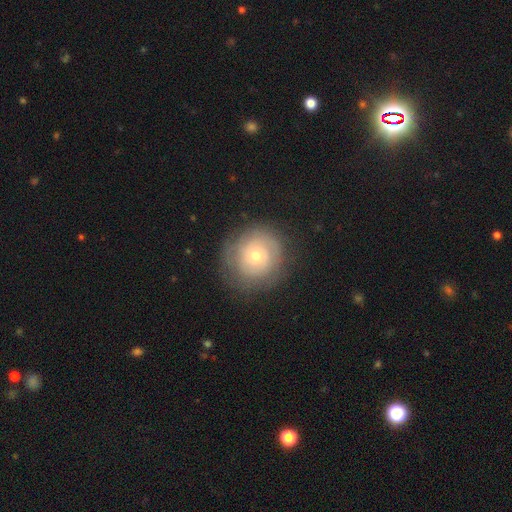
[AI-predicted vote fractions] Smooth or featured: featured or disk — 51% (smooth — 40%)
Edge-on disk: no — 97% (yes — 3%)
Merging: none — 80% (minor disturbance — 13%)